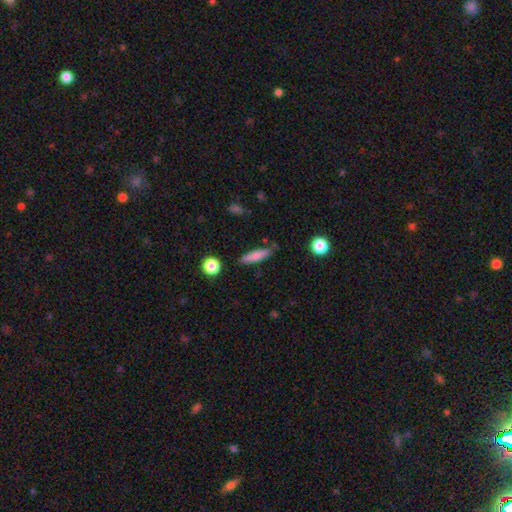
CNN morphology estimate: smooth_or_featured: smooth (p=0.79) [alt: featured or disk p=0.13]
how_rounded: cigar-shaped (p=0.77) [alt: in between p=0.20]
merging: none (p=0.80) [alt: minor disturbance p=0.14]